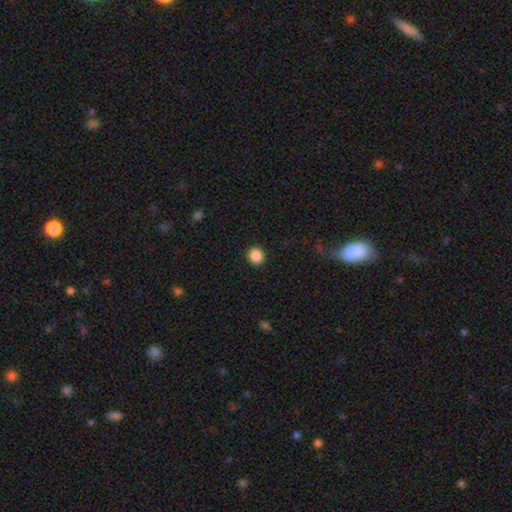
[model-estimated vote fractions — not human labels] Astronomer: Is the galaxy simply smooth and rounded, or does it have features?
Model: smooth — 88%.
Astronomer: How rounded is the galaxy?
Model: round — 90%.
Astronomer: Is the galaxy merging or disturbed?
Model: none — 92%.